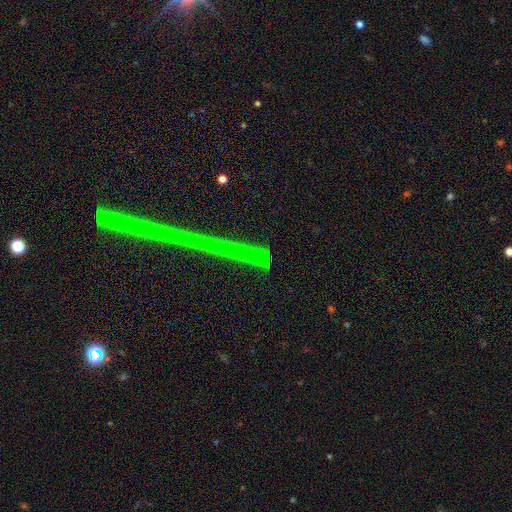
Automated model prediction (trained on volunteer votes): Smooth or featured?
  - star or artifact: 70% *
  - featured or disk: 17%
  - smooth: 14%